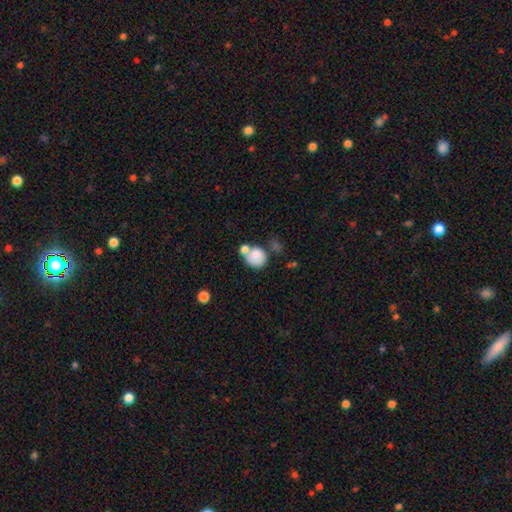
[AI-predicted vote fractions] Smooth or featured? Predicted: smooth (p=0.78). How rounded? Predicted: round (p=0.70). Merging? Predicted: merger (p=0.45).